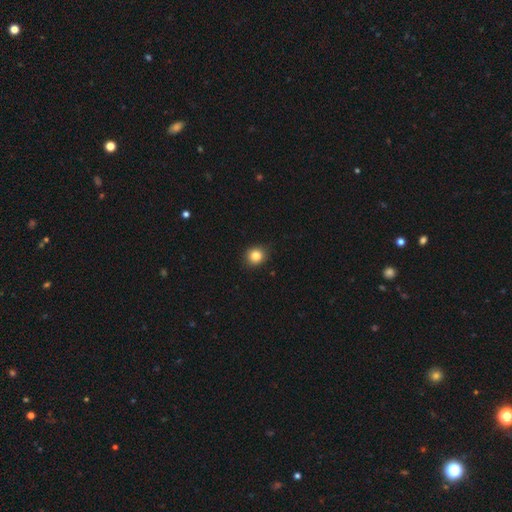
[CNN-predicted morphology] A smooth galaxy with no disk features (85%) that is round (83%).

Vote fractions:
- Smooth or featured? smooth: 85% / star or artifact: 10% / featured or disk: 4%
- How rounded? round: 83% / in between: 16% / cigar-shaped: 1%
- Merging? none: 88% / minor disturbance: 9% / major disturbance: 2% / merger: 1%